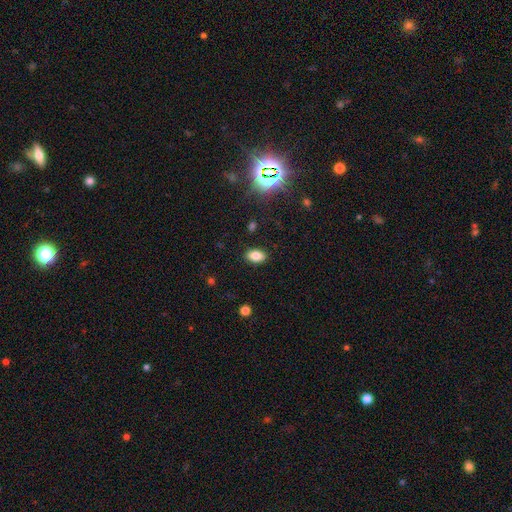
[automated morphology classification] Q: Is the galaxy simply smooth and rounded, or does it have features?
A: smooth — 81%.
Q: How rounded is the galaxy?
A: in between — 89%.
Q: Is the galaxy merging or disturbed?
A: none — 88%.